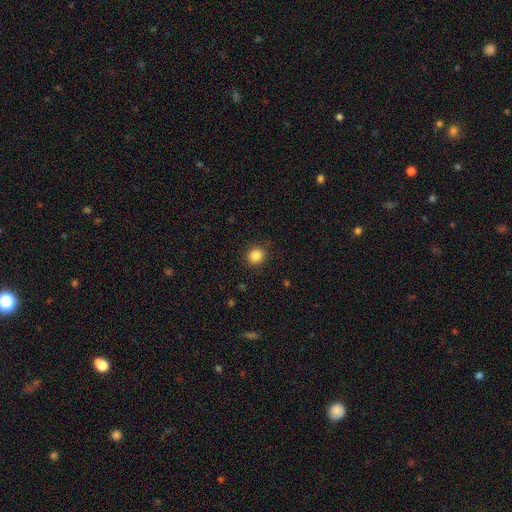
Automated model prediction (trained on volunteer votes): Smooth or featured?
  - smooth: 85% *
  - star or artifact: 11%
  - featured or disk: 4%
How rounded?
  - round: 88% *
  - in between: 11%
  - cigar-shaped: 1%
Merging?
  - none: 90% *
  - minor disturbance: 7%
  - major disturbance: 2%
  - merger: 1%